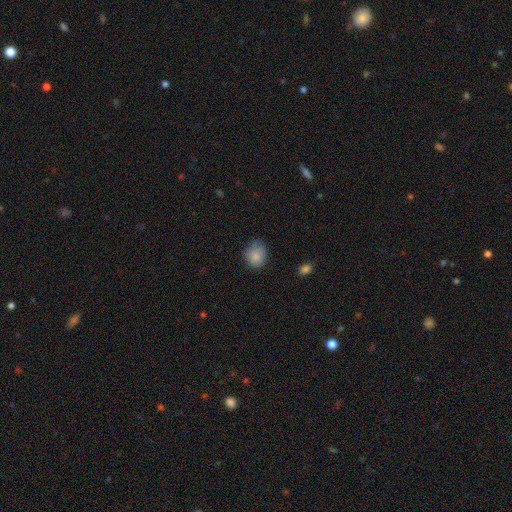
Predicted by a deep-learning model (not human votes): Smooth or featured? smooth (84%)
How rounded? round (68%)
Merging? none (64%)